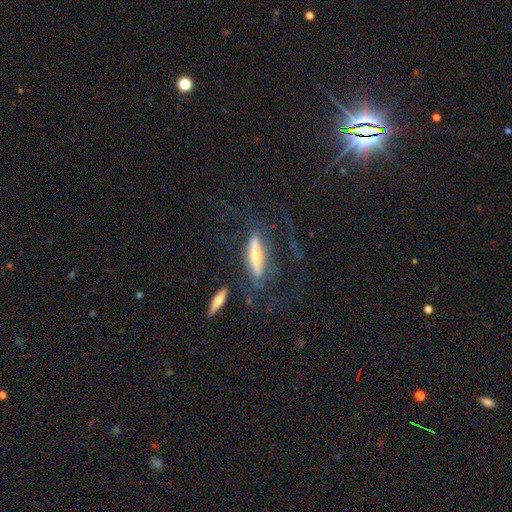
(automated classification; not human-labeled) The model was most divided on "merging": none: 49%, major disturbance: 30%, minor disturbance: 16%, merger: 5%. More confident: edge-on disk — yes (72%); smooth or featured — featured or disk (66%).